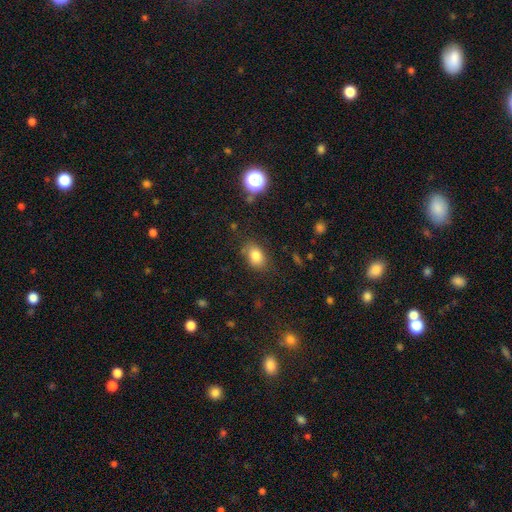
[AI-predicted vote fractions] Smooth or featured?
  - smooth: 81% *
  - star or artifact: 11%
  - featured or disk: 8%
How rounded?
  - in between: 74% *
  - round: 25%
  - cigar-shaped: 1%
Merging?
  - none: 76% *
  - minor disturbance: 17%
  - major disturbance: 5%
  - merger: 2%